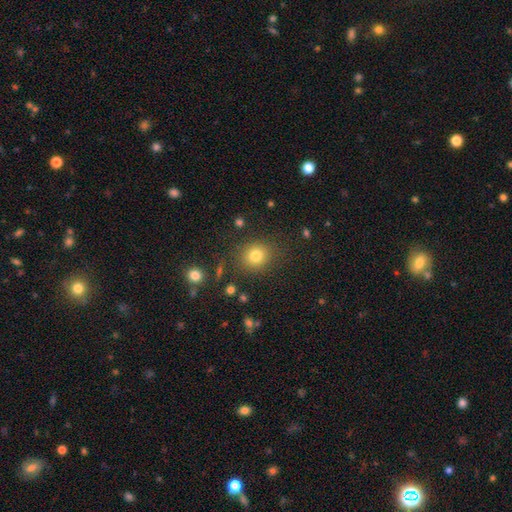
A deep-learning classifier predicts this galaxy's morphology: Q: Smooth or featured?
A: smooth (79%); runner-up: star or artifact (14%)
Q: How rounded?
A: round (82%); runner-up: in between (17%)
Q: Merging?
A: none (85%); runner-up: minor disturbance (9%)